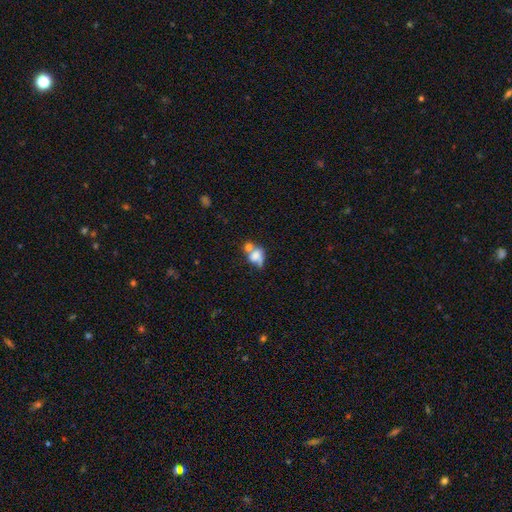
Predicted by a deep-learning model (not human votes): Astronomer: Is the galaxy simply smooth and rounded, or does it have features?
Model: smooth — 66%.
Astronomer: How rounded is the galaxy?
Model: in between — 66%.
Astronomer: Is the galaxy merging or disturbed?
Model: merger — 56%.